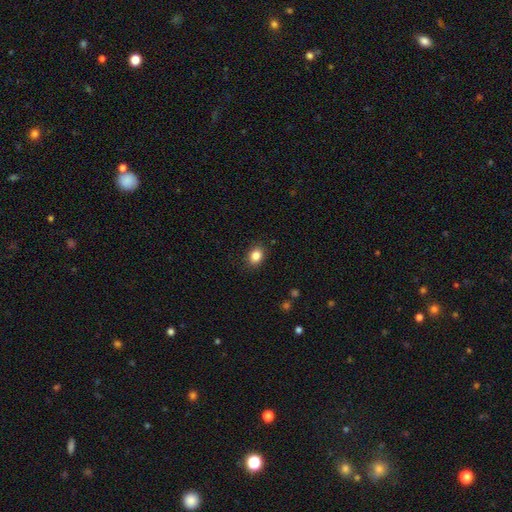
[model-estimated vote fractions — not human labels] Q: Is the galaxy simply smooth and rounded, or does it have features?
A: smooth — 85%.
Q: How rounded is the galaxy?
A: in between — 64%.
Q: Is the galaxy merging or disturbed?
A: none — 87%.